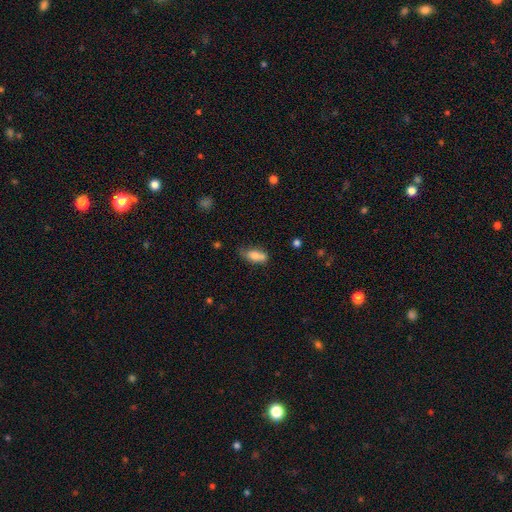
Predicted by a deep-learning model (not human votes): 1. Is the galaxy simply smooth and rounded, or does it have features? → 74% smooth, 18% featured or disk, 8% star or artifact.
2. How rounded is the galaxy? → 82% in between, 14% cigar-shaped, 4% round.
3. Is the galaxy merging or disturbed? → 51% none, 28% minor disturbance, 14% merger, 7% major disturbance.